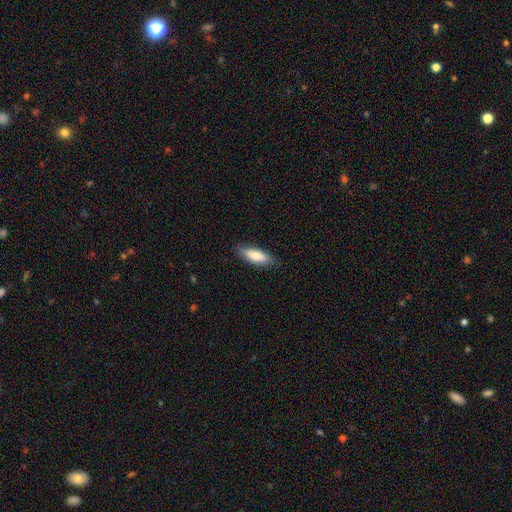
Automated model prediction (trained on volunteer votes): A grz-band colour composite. It shows a smooth galaxy with no disk features (80%) that is in between round and cigar-shaped (60%). Merging: none (84%).